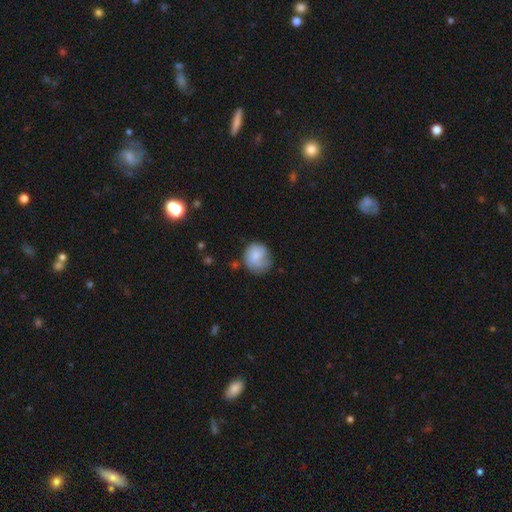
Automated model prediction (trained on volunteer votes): Smooth or featured: smooth — 67% (featured or disk — 26%)
How rounded: round — 78% (in between — 21%)
Merging: none — 51% (minor disturbance — 30%)